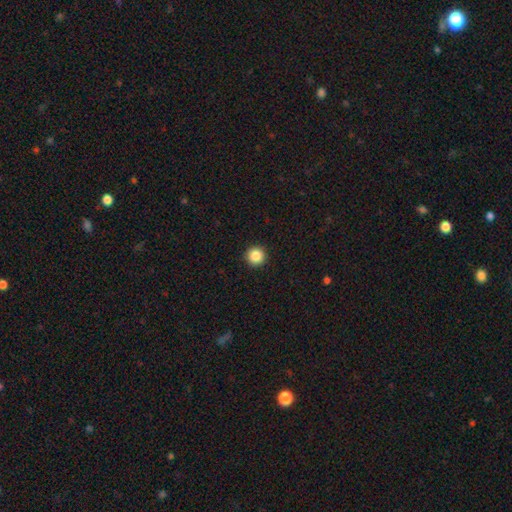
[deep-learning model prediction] Smooth or featured? Predicted: smooth (p=0.87). How rounded? Predicted: round (p=0.96). Merging? Predicted: none (p=0.94).